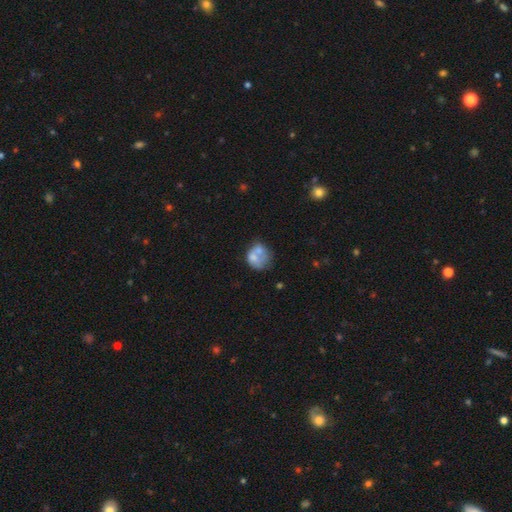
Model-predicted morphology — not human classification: This is possibly a smooth galaxy (53%). How rounded: likely round (63%). Merging: marginally none (32%, tied with merger).